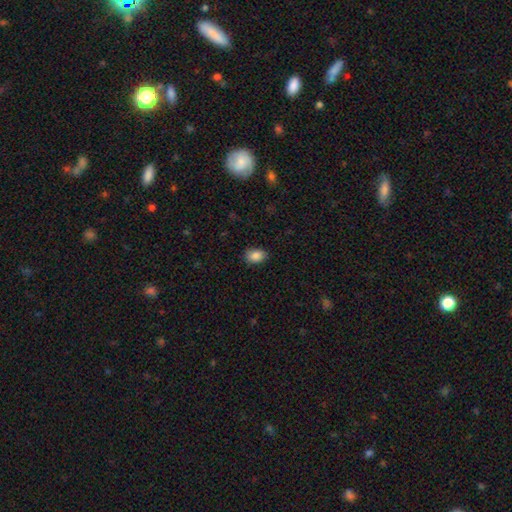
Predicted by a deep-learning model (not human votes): This is clearly a smooth galaxy (88%). How rounded: likely in between (77%). Merging: clearly none (85%).